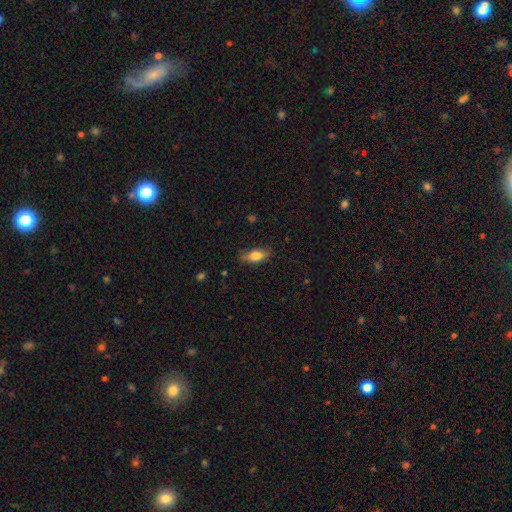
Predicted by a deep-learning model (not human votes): Q: Smooth or featured?
A: smooth (74%); runner-up: featured or disk (19%)
Q: How rounded?
A: in between (78%); runner-up: cigar-shaped (17%)
Q: Merging?
A: none (78%); runner-up: minor disturbance (17%)